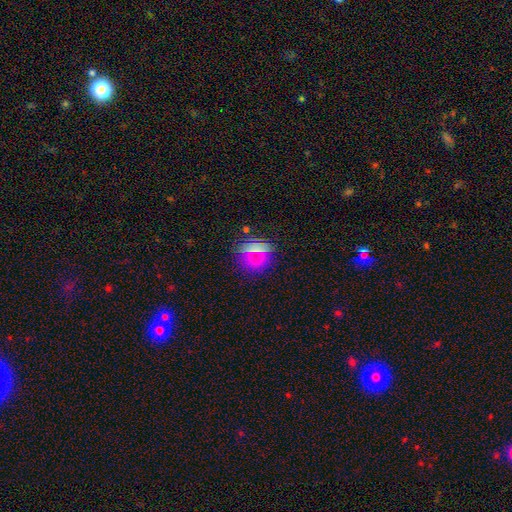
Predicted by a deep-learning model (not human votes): smooth 71%, star or artifact 21%, featured or disk 8%. Down the decision tree: how rounded — round (89%); merging — none (84%).